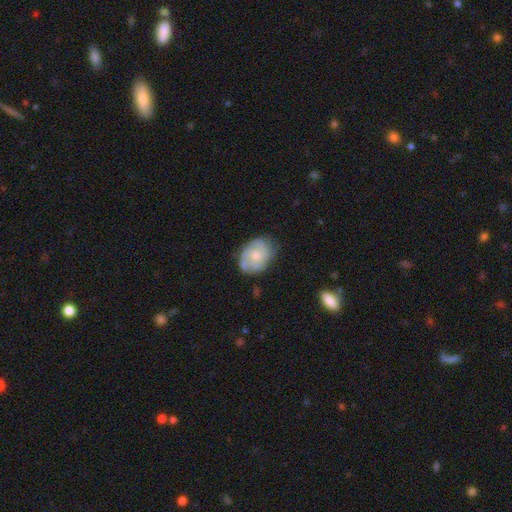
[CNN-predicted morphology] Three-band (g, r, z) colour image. It shows a featured or disk galaxy (67%) with no bar (72%), 2 (37%) tight (54%) spiral arms (88%) and a moderate central bulge (49%). Merging: none (69%).